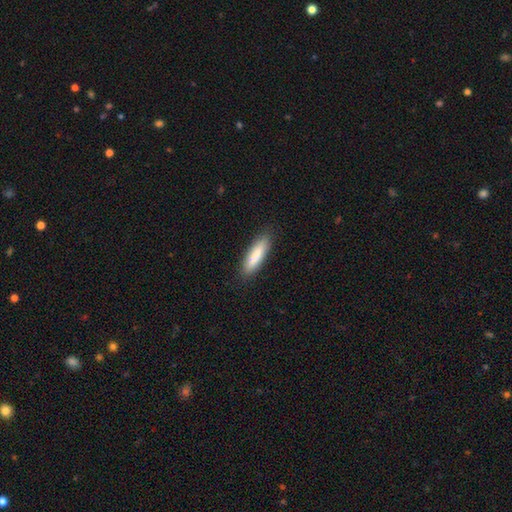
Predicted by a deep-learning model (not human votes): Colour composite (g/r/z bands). It shows a smooth galaxy with no disk features (84%) that is cigar-shaped (69%). Merging: none (88%).